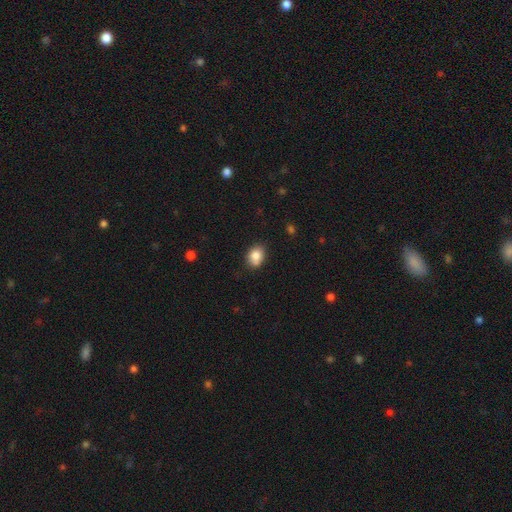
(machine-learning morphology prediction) The model was most divided on "how rounded": in between: 61%, round: 38%, cigar-shaped: 1%. More confident: smooth or featured — smooth (81%); merging — none (67%).